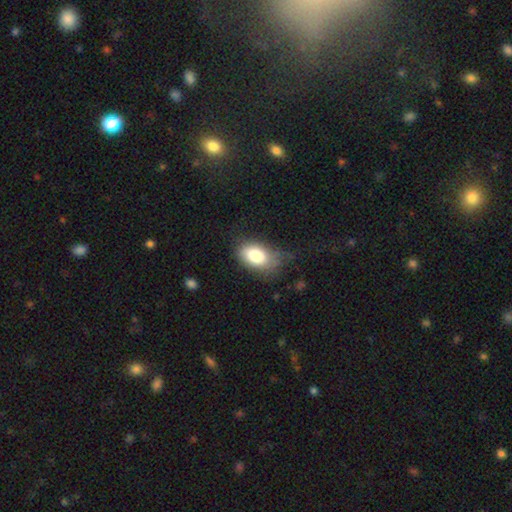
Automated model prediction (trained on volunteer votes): smooth_or_featured: smooth (p=0.82) [alt: featured or disk p=0.10]
how_rounded: in between (p=0.88) [alt: round p=0.10]
merging: none (p=0.54) [alt: minor disturbance p=0.31]